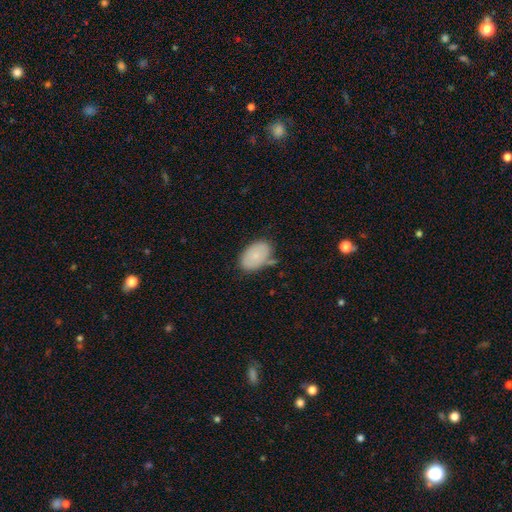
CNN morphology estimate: Q: Smooth or featured?
A: smooth (78%); runner-up: featured or disk (15%)
Q: How rounded?
A: in between (92%); runner-up: round (7%)
Q: Merging?
A: none (69%); runner-up: minor disturbance (21%)